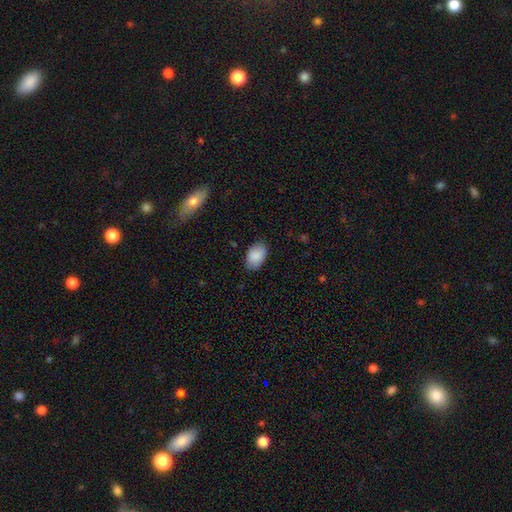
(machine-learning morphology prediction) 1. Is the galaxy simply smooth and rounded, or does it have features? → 88% smooth, 7% star or artifact, 5% featured or disk.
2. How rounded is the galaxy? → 89% in between, 9% round, 1% cigar-shaped.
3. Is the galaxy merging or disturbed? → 81% none, 15% minor disturbance, 3% major disturbance, 1% merger.